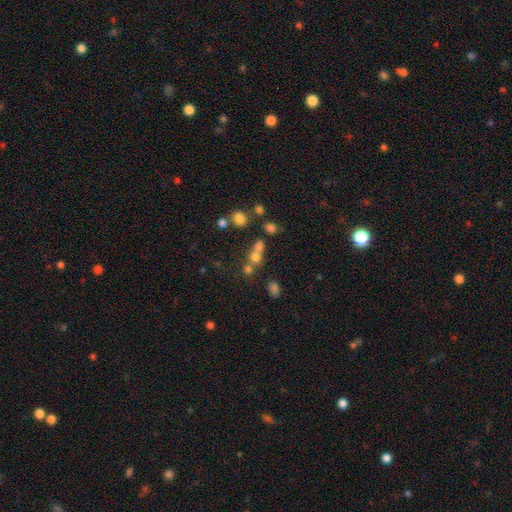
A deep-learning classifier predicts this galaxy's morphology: A smooth galaxy with no disk features (59%) that is round (71%).

Vote fractions:
- Smooth or featured? smooth: 59% / star or artifact: 24% / featured or disk: 17%
- How rounded? round: 71% / in between: 26% / cigar-shaped: 3%
- Merging? merger: 45% / none: 40% / minor disturbance: 9% / major disturbance: 6%